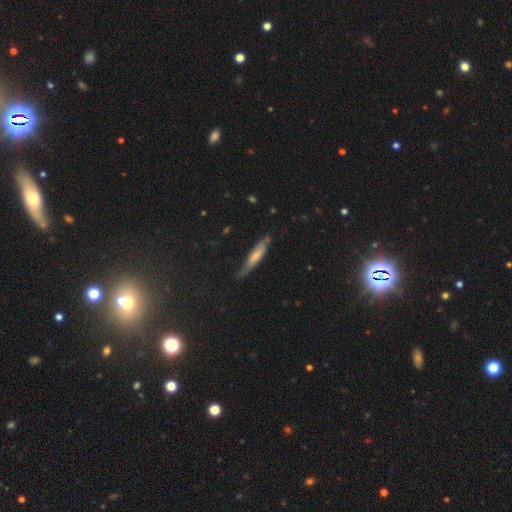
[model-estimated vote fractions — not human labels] A smooth galaxy with no disk features (65%) that is cigar-shaped (79%).

Vote fractions:
- Smooth or featured? smooth: 65% / featured or disk: 28% / star or artifact: 8%
- How rounded? cigar-shaped: 79% / in between: 19% / round: 2%
- Merging? none: 49% / minor disturbance: 36% / major disturbance: 12% / merger: 4%